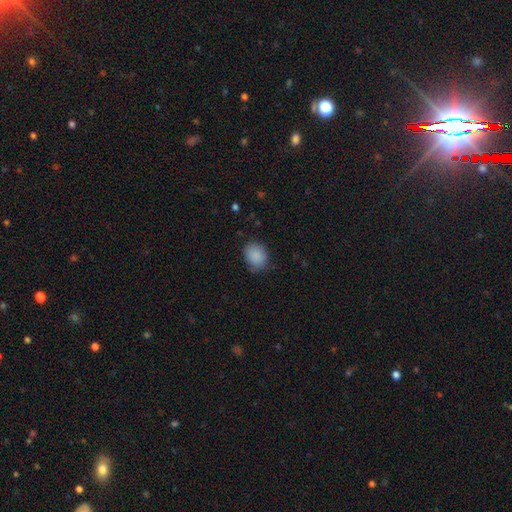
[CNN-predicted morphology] Smooth or featured? smooth (88%)
How rounded? in between (54%)
Merging? none (76%)